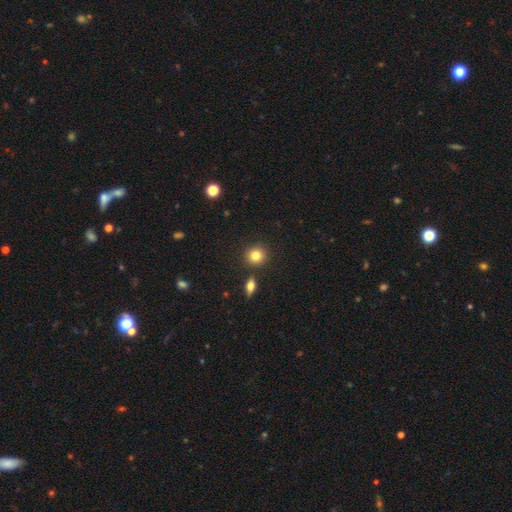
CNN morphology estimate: smooth_or_featured: smooth (p=0.82) [alt: star or artifact p=0.10]
how_rounded: round (p=0.89) [alt: in between p=0.10]
merging: none (p=0.86) [alt: minor disturbance p=0.07]